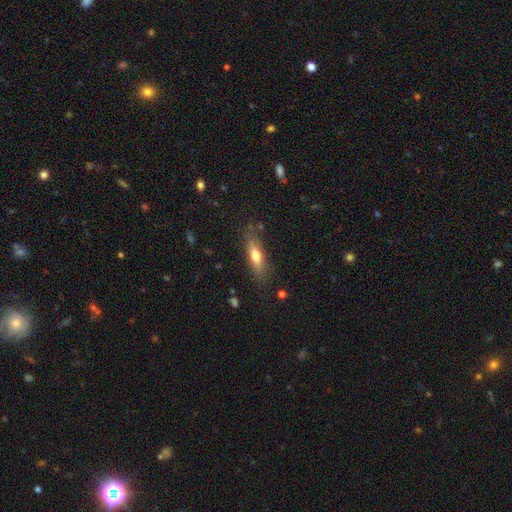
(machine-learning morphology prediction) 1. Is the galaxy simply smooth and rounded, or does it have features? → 61% smooth, 32% featured or disk, 7% star or artifact.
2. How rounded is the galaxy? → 59% cigar-shaped, 38% in between, 3% round.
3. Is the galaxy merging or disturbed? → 79% none, 15% minor disturbance, 4% major disturbance, 2% merger.